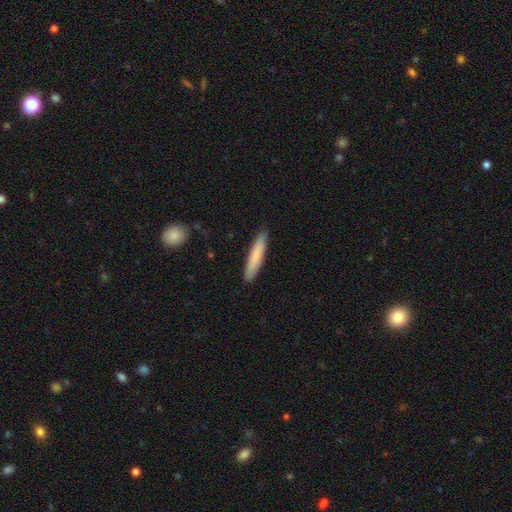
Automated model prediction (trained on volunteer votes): This appears to be a smooth galaxy with no disk features (78%) that is cigar-shaped (90%). Merging: none (88%).